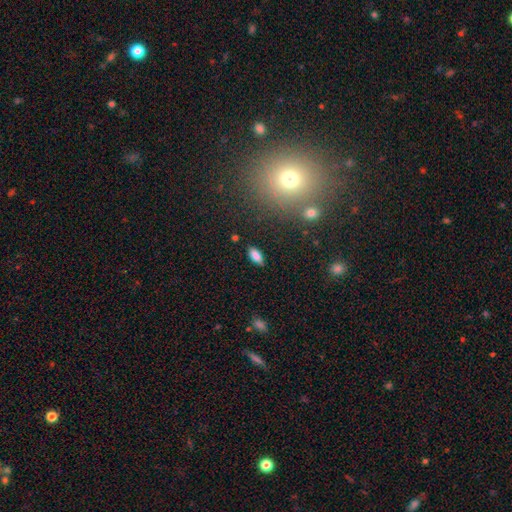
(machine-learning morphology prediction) Smooth or featured: smooth — 84% (star or artifact — 9%)
How rounded: in between — 85% (cigar-shaped — 13%)
Merging: none — 85% (minor disturbance — 11%)